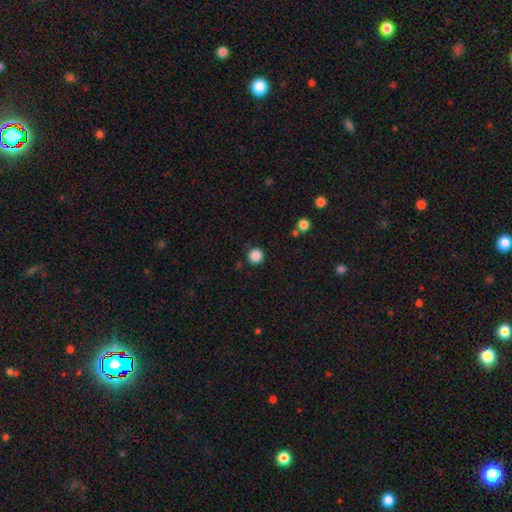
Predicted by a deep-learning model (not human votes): Q: Smooth or featured?
A: smooth (87%); runner-up: star or artifact (10%)
Q: How rounded?
A: round (94%); runner-up: in between (5%)
Q: Merging?
A: none (86%); runner-up: minor disturbance (9%)